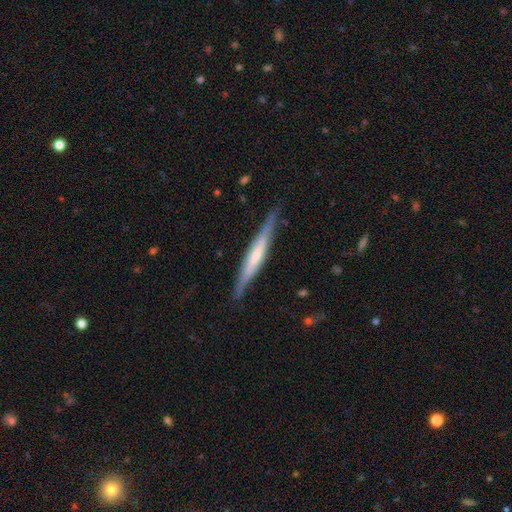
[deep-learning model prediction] A featured or disk galaxy (57%) viewed edge-on (93%) with no central bulge (48%).

Vote fractions:
- Smooth or featured? featured or disk: 57% / smooth: 37% / star or artifact: 6%
- Edge-on disk? yes: 93% / no: 7%
- Edge-on bulge? none: 48% / rounded: 29% / boxy: 23%
- Merging? none: 82% / minor disturbance: 14% / major disturbance: 3% / merger: 1%